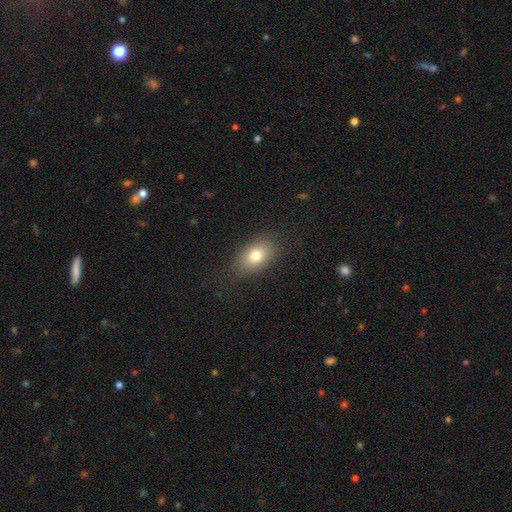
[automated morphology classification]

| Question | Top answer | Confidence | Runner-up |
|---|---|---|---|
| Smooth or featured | smooth | 78% | featured or disk (12%) |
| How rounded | in between | 82% | round (16%) |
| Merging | none | 80% | minor disturbance (14%) |